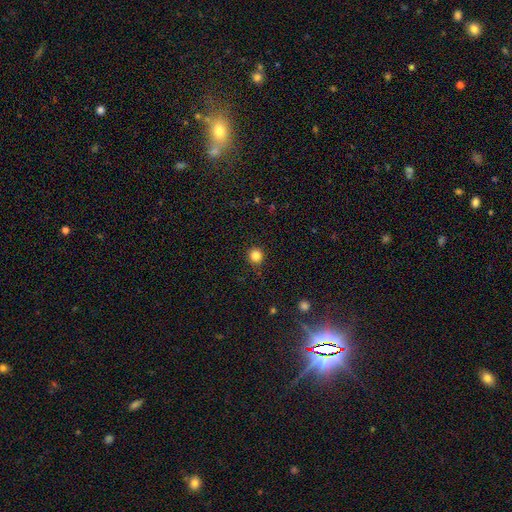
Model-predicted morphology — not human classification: type=smooth (84%); roundness=round (93%); merging=none (90%).